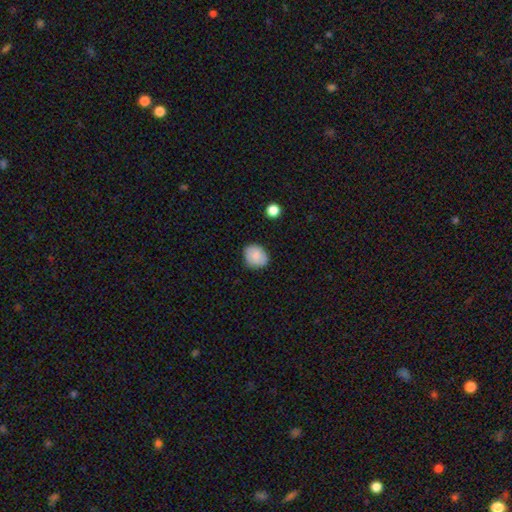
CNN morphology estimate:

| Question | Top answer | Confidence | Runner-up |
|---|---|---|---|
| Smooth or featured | smooth | 82% | featured or disk (10%) |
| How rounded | round | 62% | in between (38%) |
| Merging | none | 82% | minor disturbance (14%) |